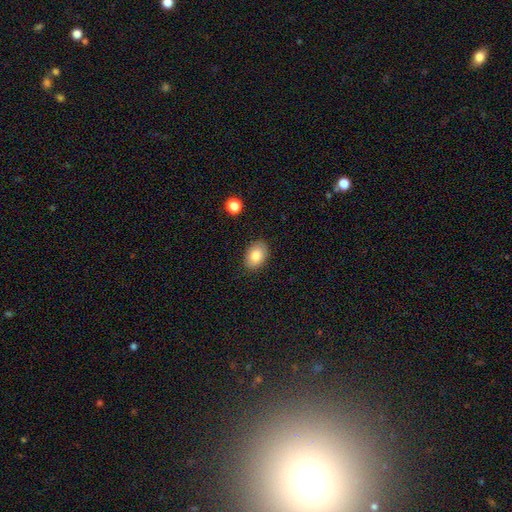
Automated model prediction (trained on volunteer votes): This is clearly a smooth galaxy (85%). How rounded: clearly in between (84%). Merging: clearly none (86%).